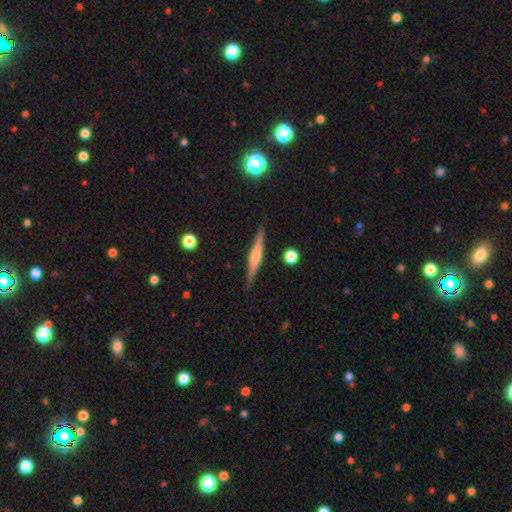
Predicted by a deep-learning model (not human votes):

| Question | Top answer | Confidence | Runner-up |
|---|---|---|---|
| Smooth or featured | featured or disk | 66% | smooth (28%) |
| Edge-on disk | yes | 98% | no (2%) |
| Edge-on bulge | rounded | 58% | boxy (29%) |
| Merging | none | 89% | minor disturbance (8%) |